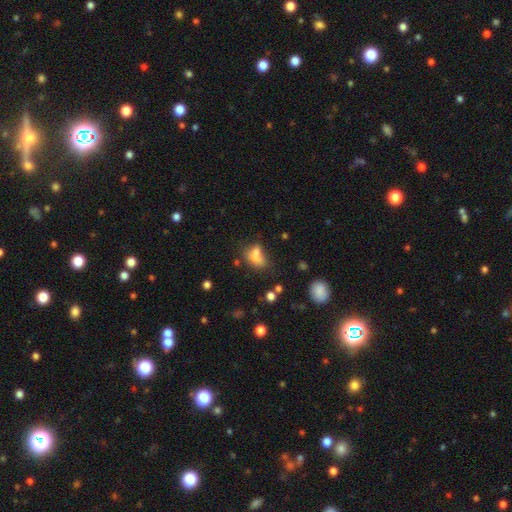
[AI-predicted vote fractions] Smooth or featured? smooth (73%)
How rounded? in between (80%)
Merging? none (34%)